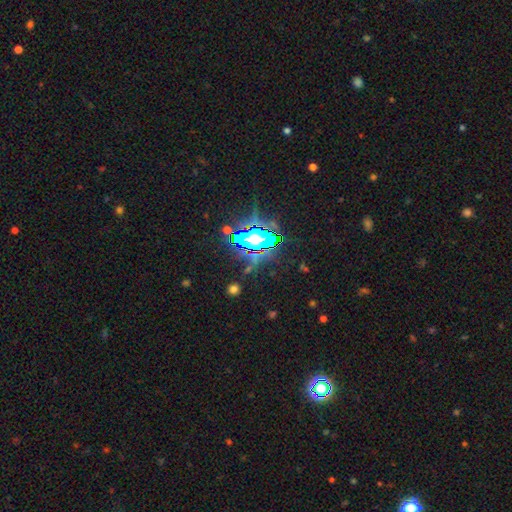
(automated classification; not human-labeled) Overall: star or artifact (66%).